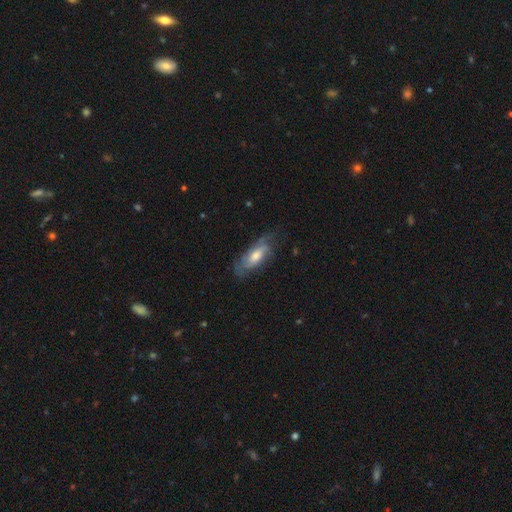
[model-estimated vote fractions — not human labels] A featured or disk galaxy (60%). Merging: none (62%).